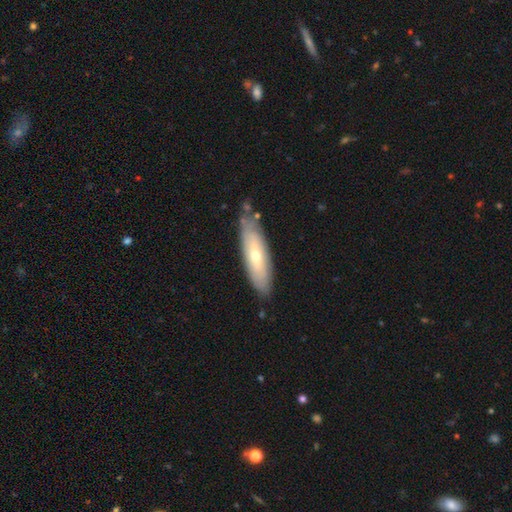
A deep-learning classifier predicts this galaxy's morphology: smooth_or_featured: smooth (p=0.48) [alt: featured or disk p=0.46]
merging: none (p=0.77) [alt: minor disturbance p=0.16]